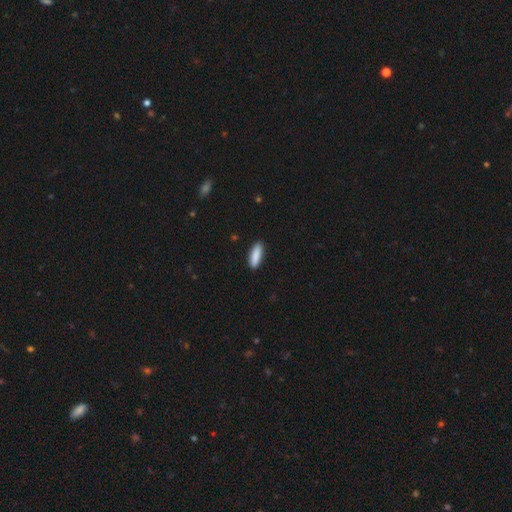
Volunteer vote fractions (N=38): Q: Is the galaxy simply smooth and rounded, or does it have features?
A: smooth — 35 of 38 (92%).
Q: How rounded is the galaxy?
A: in between — 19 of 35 (54%).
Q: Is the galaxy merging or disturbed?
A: none — 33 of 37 (89%).